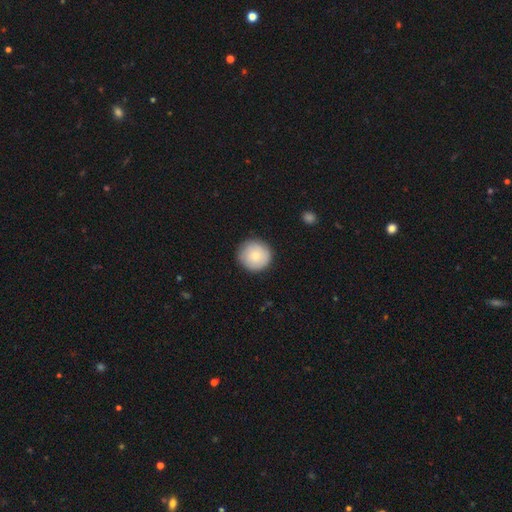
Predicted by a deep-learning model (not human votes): Overall: smooth (75%). How rounded: round (95%). Merging: none (88%).